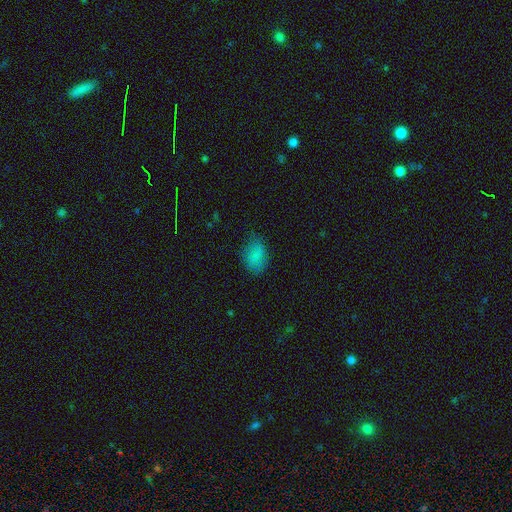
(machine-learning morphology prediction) This is clearly a smooth galaxy (81%). How rounded: clearly in between (82%). Merging: likely none (71%).